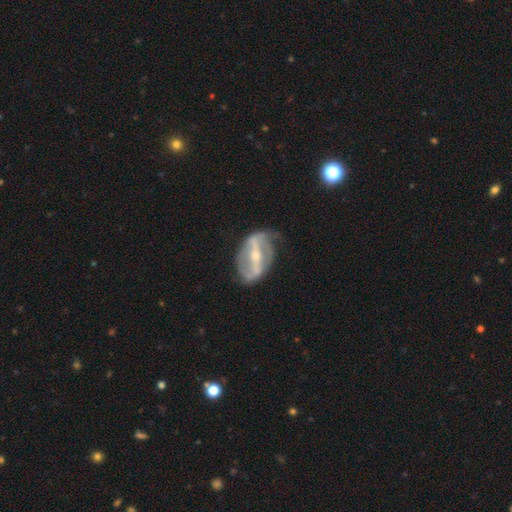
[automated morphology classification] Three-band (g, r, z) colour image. It shows a featured or disk galaxy (85%) with a strong bar (76%), 2 (78%) loose (38%, tied with medium) spiral arms (77%) and a small central bulge (58%). Merging: none (58%).